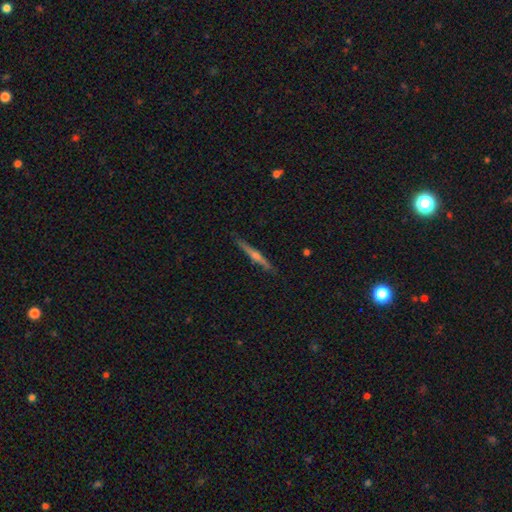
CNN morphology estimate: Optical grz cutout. It shows a featured or disk galaxy (74%) viewed edge-on (98%) with a rounded central bulge (78%). Merging: none (90%).